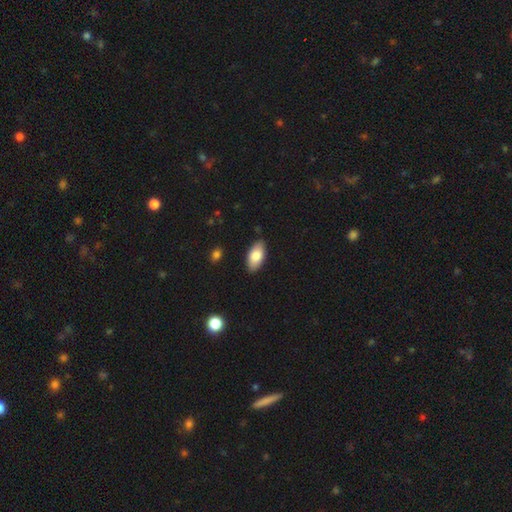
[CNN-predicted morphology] Smooth or featured?
  - smooth: 81% *
  - featured or disk: 13%
  - star or artifact: 6%
How rounded?
  - in between: 93% *
  - cigar-shaped: 5%
  - round: 2%
Merging?
  - none: 86% *
  - minor disturbance: 10%
  - major disturbance: 2%
  - merger: 1%